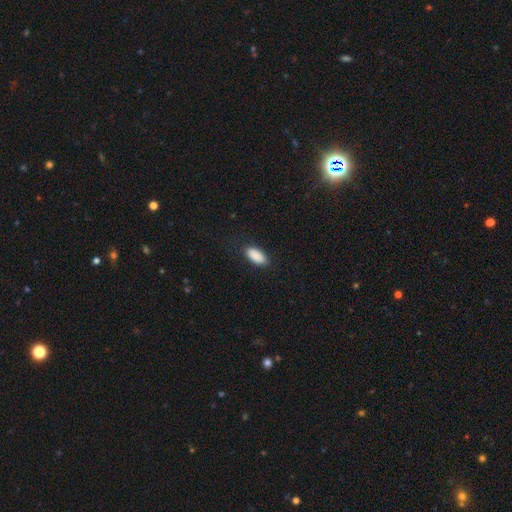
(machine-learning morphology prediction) A smooth galaxy with no disk features (91%) that is in between round and cigar-shaped (89%). Merging: none (85%).